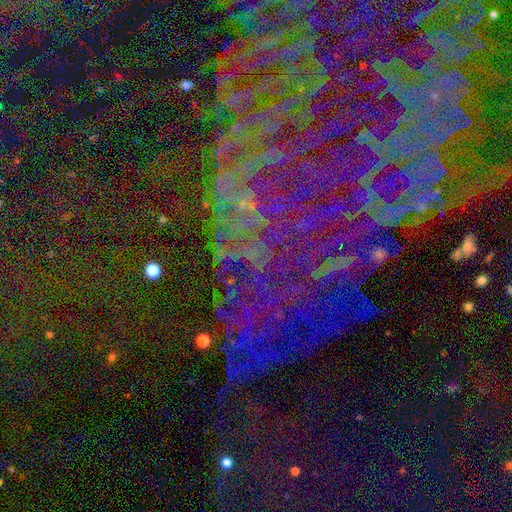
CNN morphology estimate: The model was most divided on "smooth or featured": star or artifact: 80%, featured or disk: 11%, smooth: 9%.